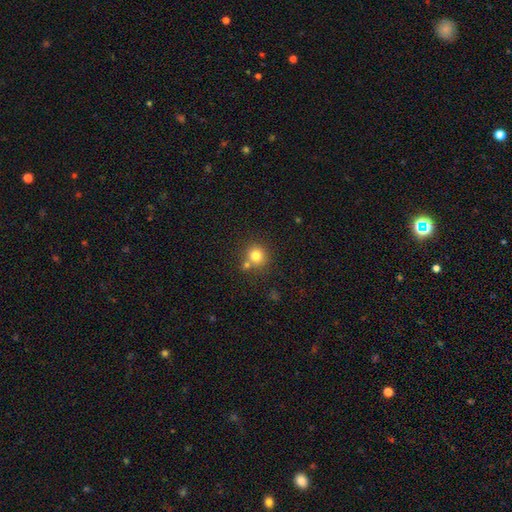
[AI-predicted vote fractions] A smooth galaxy with no disk features (79%) that is round (90%).

Vote fractions:
- Smooth or featured? smooth: 79% / star or artifact: 13% / featured or disk: 8%
- How rounded? round: 90% / in between: 9% / cigar-shaped: 1%
- Merging? none: 67% / merger: 21% / minor disturbance: 9% / major disturbance: 3%